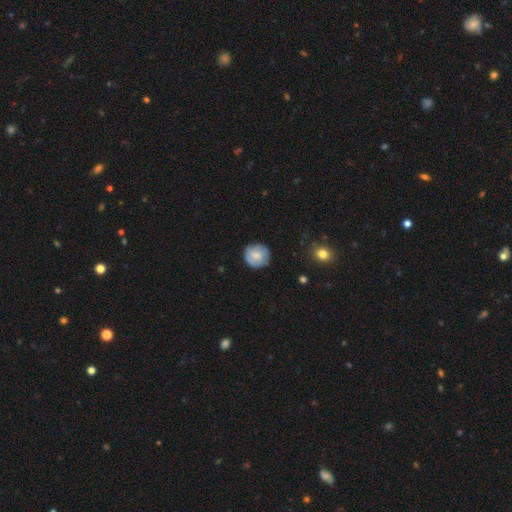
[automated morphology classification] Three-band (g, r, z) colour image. It shows a smooth galaxy with no disk features (68%) that is round (92%). Merging: none (79%).